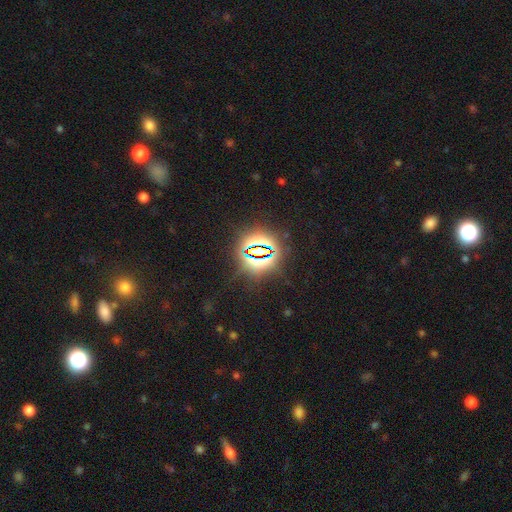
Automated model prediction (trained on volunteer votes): Smooth or featured? Predicted: star or artifact (p=0.81).